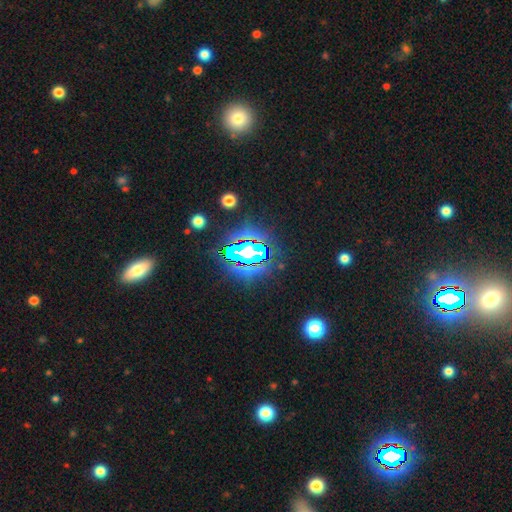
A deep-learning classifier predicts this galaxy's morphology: star or artifact 76%, smooth 12%, featured or disk 11%.